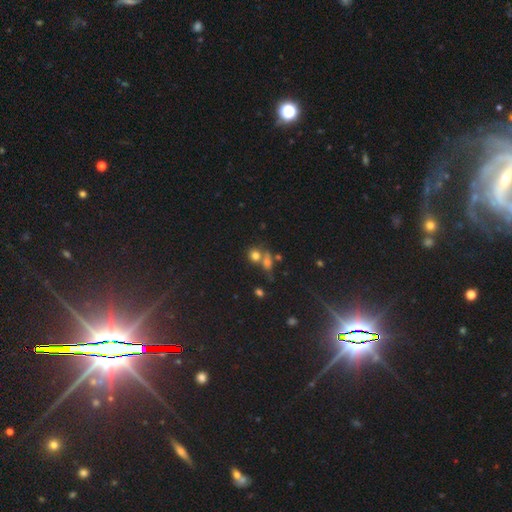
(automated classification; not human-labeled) Morphology: type=smooth (71%); roundness=round (79%); merging=none (46%).